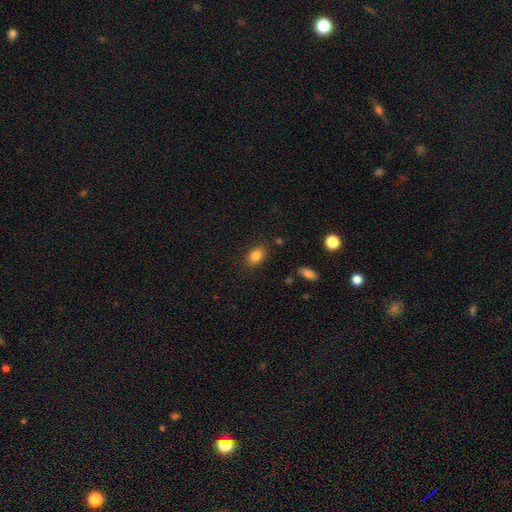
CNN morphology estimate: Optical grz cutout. It shows a smooth galaxy with no disk features (84%) that is in between round and cigar-shaped (80%). Merging: none (84%).